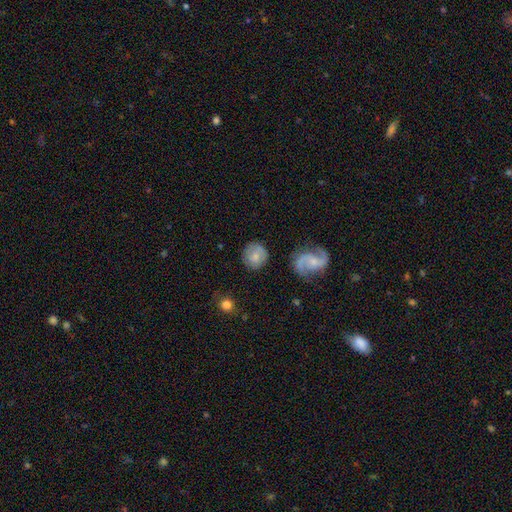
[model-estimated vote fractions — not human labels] Q: Smooth or featured?
A: smooth (59%); runner-up: featured or disk (33%)
Q: How rounded?
A: round (87%); runner-up: in between (12%)
Q: Merging?
A: none (79%); runner-up: minor disturbance (13%)